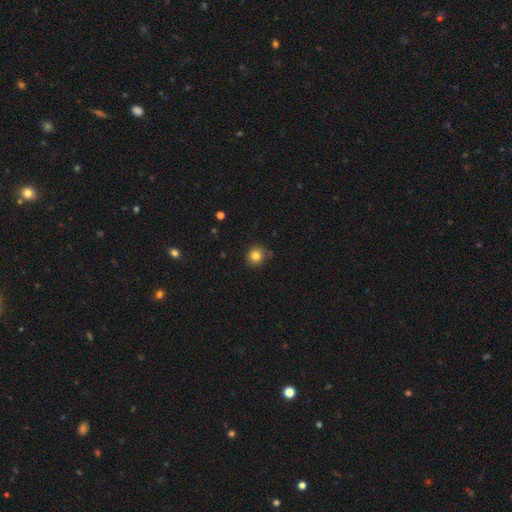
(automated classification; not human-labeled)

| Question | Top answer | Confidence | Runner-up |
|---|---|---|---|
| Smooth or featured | smooth | 82% | star or artifact (12%) |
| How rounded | round | 91% | in between (8%) |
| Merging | none | 83% | minor disturbance (12%) |